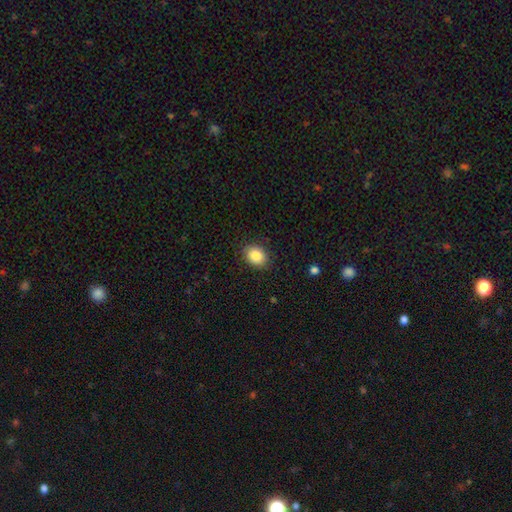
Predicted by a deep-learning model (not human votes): smooth 87%, star or artifact 8%, featured or disk 5%. Down the decision tree: how rounded — in between (54%); merging — none (87%).